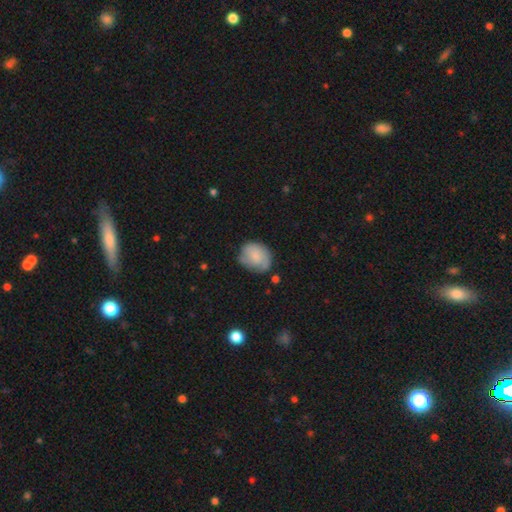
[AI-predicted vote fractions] Smooth or featured: smooth — 68% (featured or disk — 25%)
How rounded: round — 53% (in between — 46%)
Merging: none — 57% (minor disturbance — 30%)